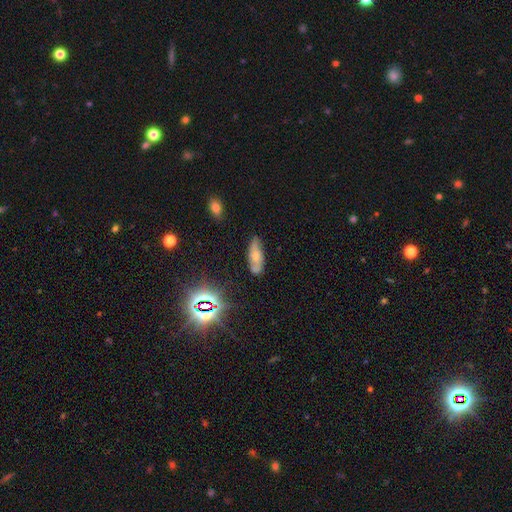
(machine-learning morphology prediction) Smooth or featured?
  - smooth: 54% *
  - featured or disk: 32%
  - star or artifact: 13%
How rounded?
  - in between: 72% *
  - cigar-shaped: 24%
  - round: 3%
Merging?
  - none: 67% *
  - minor disturbance: 22%
  - major disturbance: 6%
  - merger: 5%